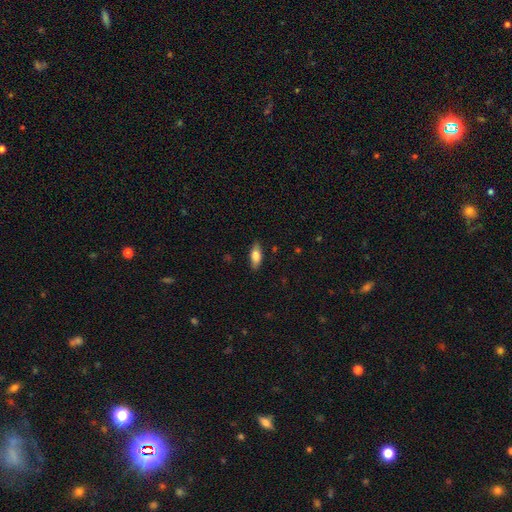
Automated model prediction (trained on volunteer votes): smooth_or_featured: smooth (p=0.76) [alt: featured or disk p=0.18]
how_rounded: in between (p=0.77) [alt: cigar-shaped p=0.20]
merging: none (p=0.84) [alt: minor disturbance p=0.12]